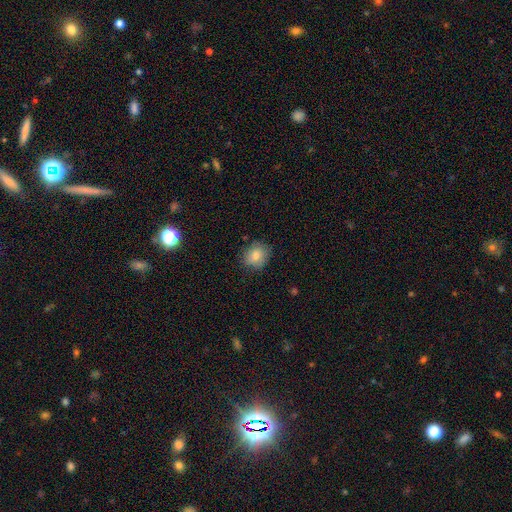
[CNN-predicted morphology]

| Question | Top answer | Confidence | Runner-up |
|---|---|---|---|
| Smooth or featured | smooth | 82% | star or artifact (9%) |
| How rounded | round | 67% | in between (32%) |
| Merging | none | 81% | minor disturbance (15%) |